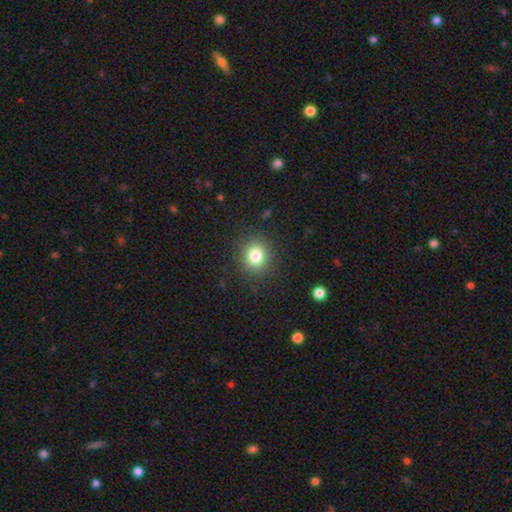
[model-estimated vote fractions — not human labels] This is clearly a smooth galaxy (81%). How rounded: clearly round (82%). Merging: clearly none (91%).